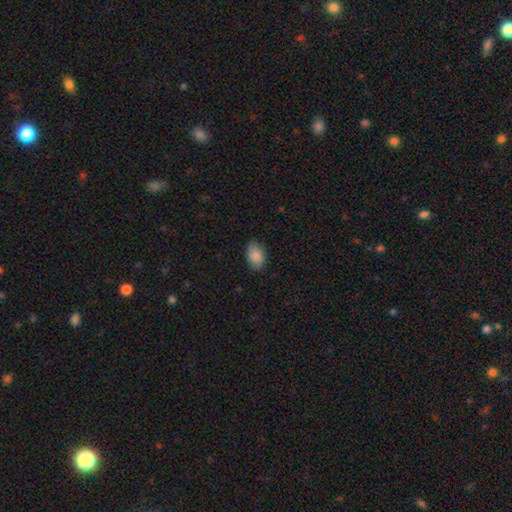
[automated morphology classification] The model was most divided on "merging": none: 84%, minor disturbance: 13%, major disturbance: 3%, merger: 1%. More confident: how rounded — in between (90%); smooth or featured — smooth (88%).